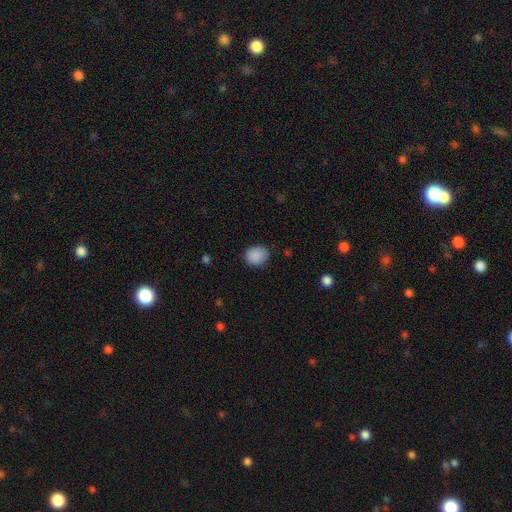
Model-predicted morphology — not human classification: This appears to be a smooth galaxy with no disk features (89%) that is round (64%). Merging: none (82%).